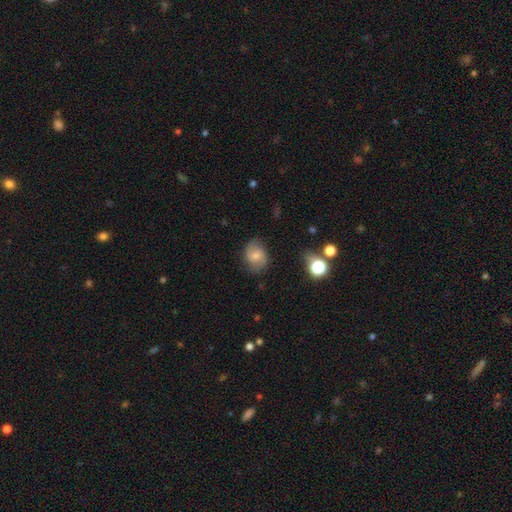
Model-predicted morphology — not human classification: This is possibly a smooth galaxy (55%). How rounded: possibly in between (51%). Merging: likely none (71%).